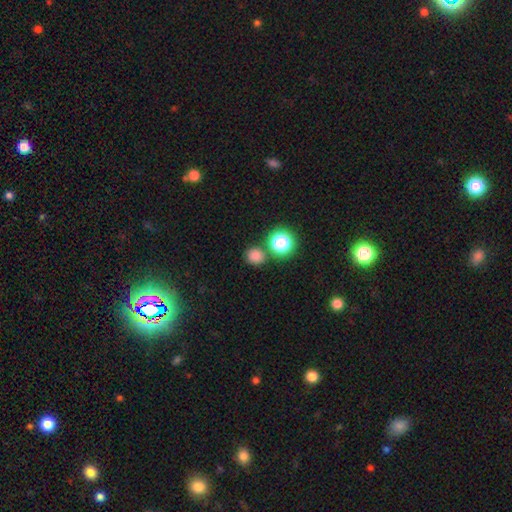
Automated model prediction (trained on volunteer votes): A smooth galaxy with no disk features (78%) that is round (86%).

Vote fractions:
- Smooth or featured? smooth: 78% / star or artifact: 17% / featured or disk: 5%
- How rounded? round: 86% / in between: 13% / cigar-shaped: 1%
- Merging? none: 75% / merger: 14% / minor disturbance: 8% / major disturbance: 3%